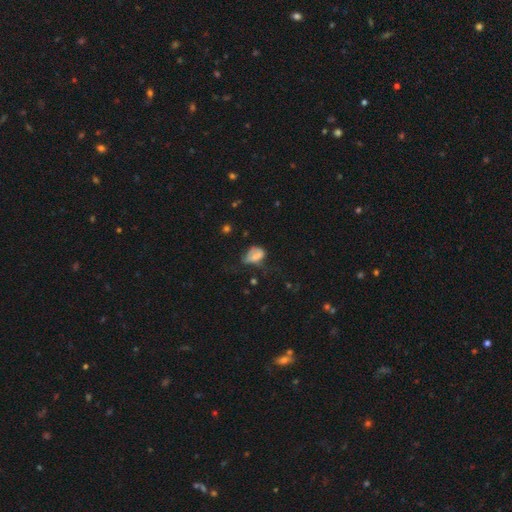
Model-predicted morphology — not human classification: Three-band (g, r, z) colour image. It shows a smooth galaxy with no disk features (69%) that is in between round and cigar-shaped (84%). Merging: minor disturbance (35%).